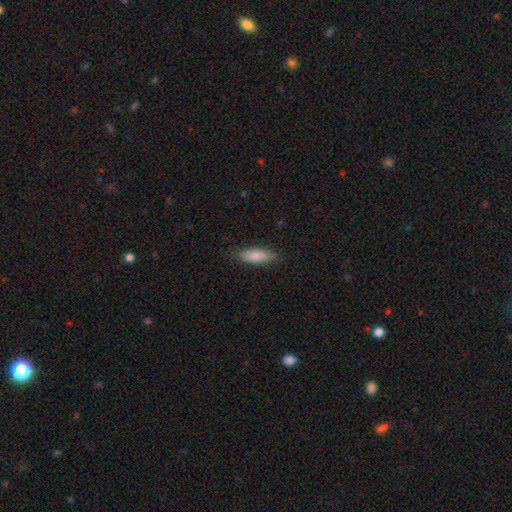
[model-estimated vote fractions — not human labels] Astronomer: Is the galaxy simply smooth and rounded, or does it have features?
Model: smooth — 86%.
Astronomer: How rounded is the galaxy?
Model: in between — 54% (runner-up: cigar-shaped, 45%).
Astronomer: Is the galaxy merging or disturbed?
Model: none — 86%.